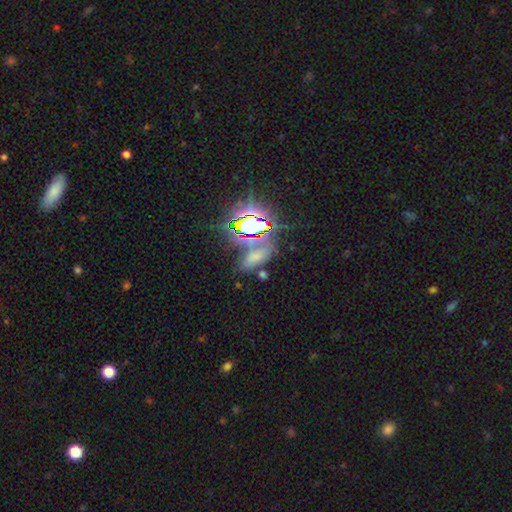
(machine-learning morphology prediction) A star or artifact, not a galaxy (46%).

Vote fractions:
- Smooth or featured? star or artifact: 46% / smooth: 41% / featured or disk: 13%